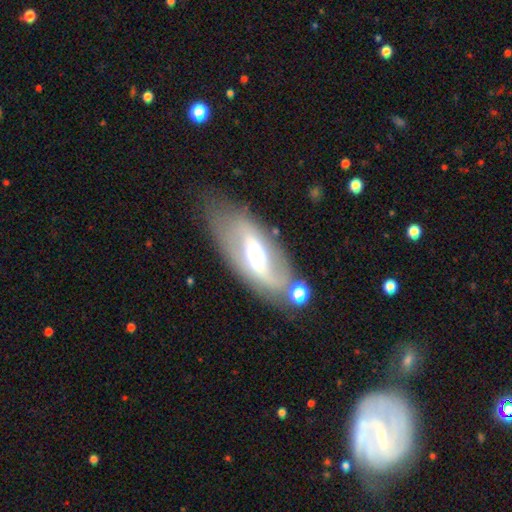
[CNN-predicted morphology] smooth-or-featured: featured or disk: 66% | smooth: 26% | star or artifact: 8%
  disk-edge-on: no: 85% | yes: 15%
    bar: no: 37% | weak: 34% | strong: 29%
    has-spiral-arms: yes: 59% | no: 41%
    bulge-size: moderate: 62% | large: 26% | small: 7% | dominant: 4% | none: 1%
  merging: none: 64% | minor disturbance: 18% | major disturbance: 10% | merger: 8%